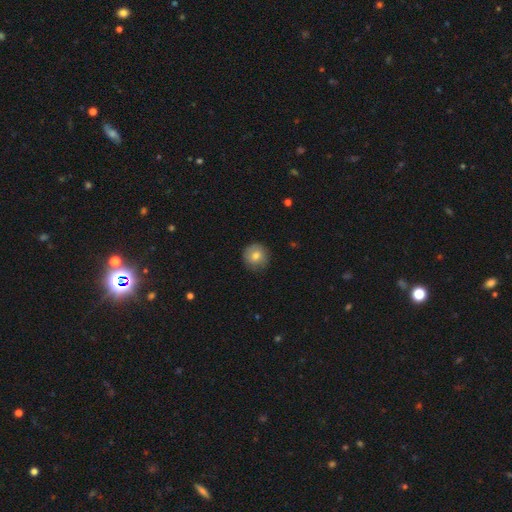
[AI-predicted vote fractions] This is likely a smooth galaxy (76%). How rounded: clearly round (93%). Merging: clearly none (85%).